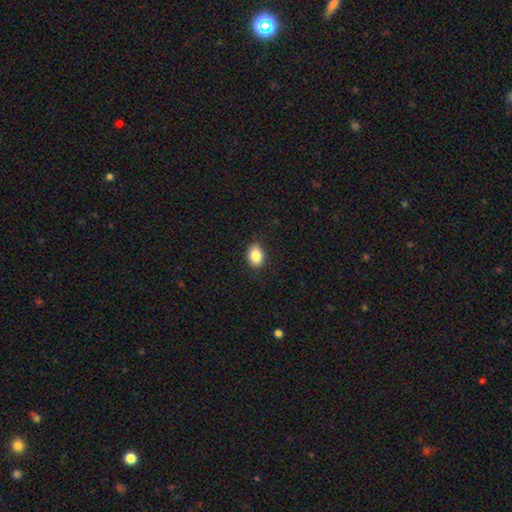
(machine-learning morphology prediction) Q: Smooth or featured?
A: smooth (86%); runner-up: star or artifact (8%)
Q: How rounded?
A: in between (76%); runner-up: round (23%)
Q: Merging?
A: none (89%); runner-up: minor disturbance (8%)